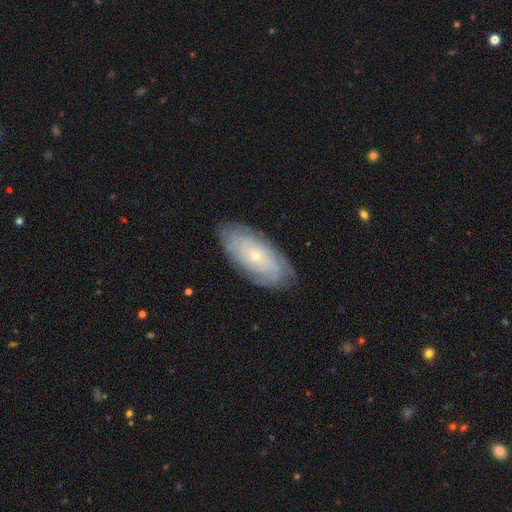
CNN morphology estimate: smooth_or_featured: featured or disk (p=0.66) [alt: smooth p=0.26]
disk_edge_on: no (p=0.90) [alt: yes p=0.10]
bar: no (p=0.86) [alt: weak p=0.11]
has_spiral_arms: yes (p=0.81) [alt: no p=0.19]
bulge_size: small (p=0.81) [alt: moderate p=0.15]
merging: none (p=0.82) [alt: minor disturbance p=0.14]